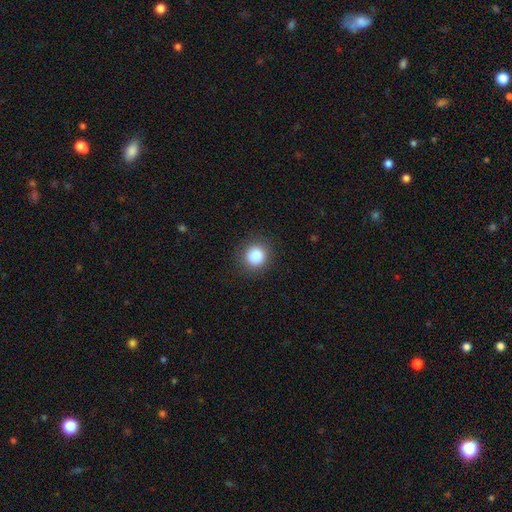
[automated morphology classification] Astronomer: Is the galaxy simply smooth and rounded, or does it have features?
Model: smooth — 87%.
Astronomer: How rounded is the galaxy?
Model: round — 92%.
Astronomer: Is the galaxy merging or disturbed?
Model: none — 89%.